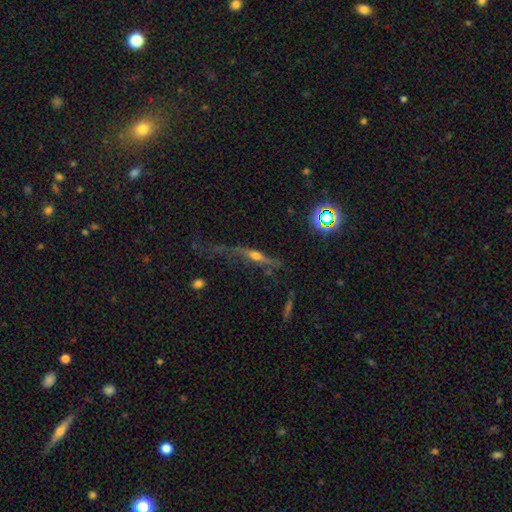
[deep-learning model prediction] Smooth or featured?
  - featured or disk: 64% *
  - smooth: 24%
  - star or artifact: 12%
Edge-on disk?
  - yes: 77% *
  - no: 23%
Merging?
  - none: 44% *
  - major disturbance: 28%
  - minor disturbance: 22%
  - merger: 7%